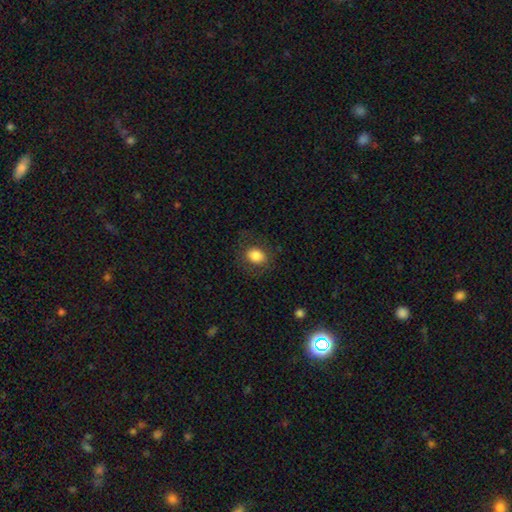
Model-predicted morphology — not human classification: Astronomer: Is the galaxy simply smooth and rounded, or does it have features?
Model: smooth — 81%.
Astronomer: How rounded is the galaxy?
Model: in between — 52% (runner-up: round, 47%).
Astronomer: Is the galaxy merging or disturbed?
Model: none — 79%.